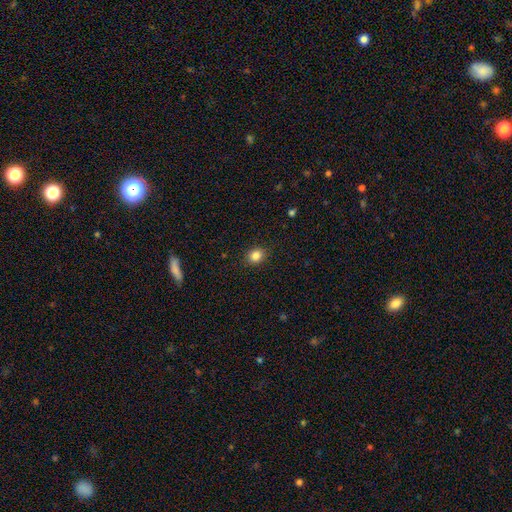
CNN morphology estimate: This is clearly a smooth galaxy (85%). How rounded: possibly round (60%). Merging: clearly none (89%).